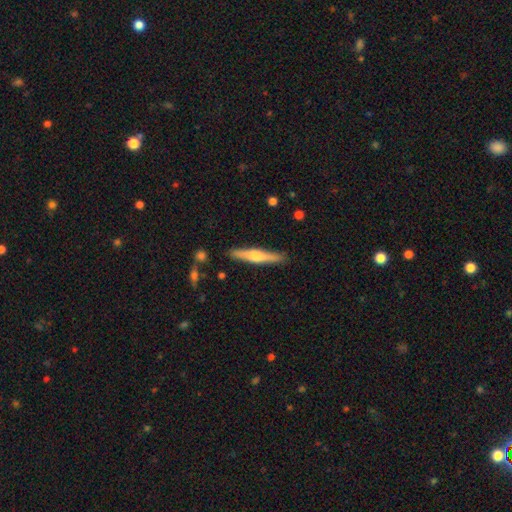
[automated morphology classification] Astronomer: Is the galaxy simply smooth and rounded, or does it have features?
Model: featured or disk — 59% (runner-up: smooth, 36%).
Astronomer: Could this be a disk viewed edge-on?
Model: yes — 97%.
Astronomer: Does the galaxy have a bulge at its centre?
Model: rounded — 84%.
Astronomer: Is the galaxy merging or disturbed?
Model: none — 89%.